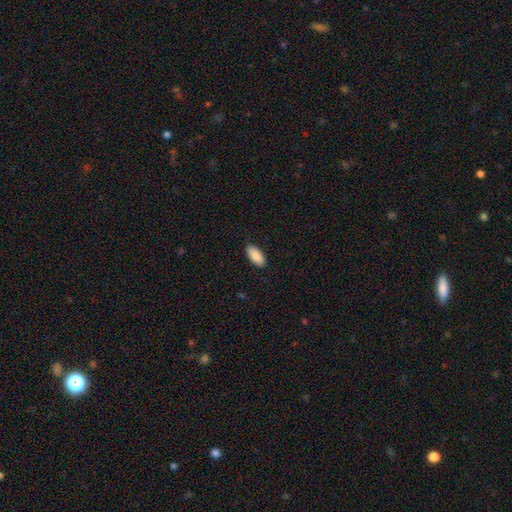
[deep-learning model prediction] A smooth galaxy with no disk features (90%) that is in between round and cigar-shaped (88%).

Vote fractions:
- Smooth or featured? smooth: 90% / star or artifact: 6% / featured or disk: 5%
- How rounded? in between: 88% / cigar-shaped: 10% / round: 2%
- Merging? none: 90% / minor disturbance: 8% / major disturbance: 2% / merger: 1%